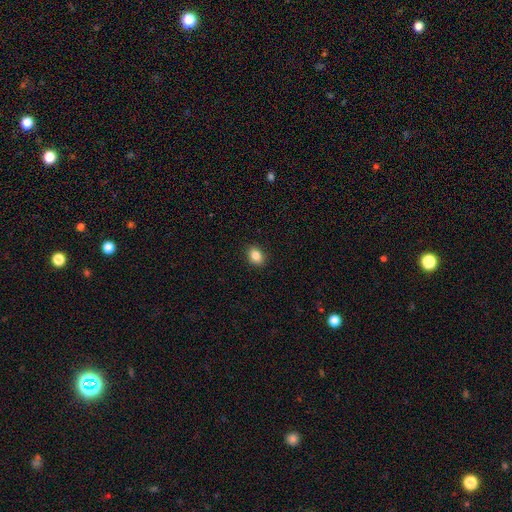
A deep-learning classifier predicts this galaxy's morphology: Overall: smooth (86%). How rounded: in between (61%; round 37%). Merging: none (90%).